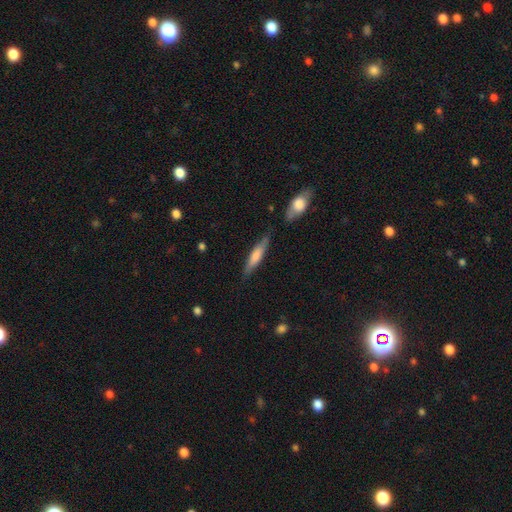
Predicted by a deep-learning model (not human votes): Q: Smooth or featured?
A: smooth (58%); runner-up: featured or disk (35%)
Q: How rounded?
A: cigar-shaped (82%); runner-up: in between (16%)
Q: Merging?
A: none (77%); runner-up: minor disturbance (15%)